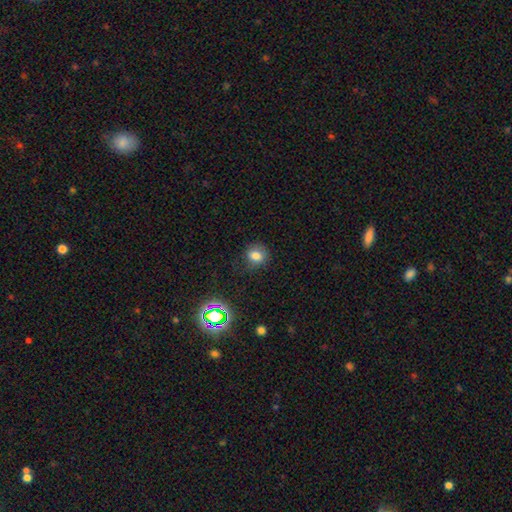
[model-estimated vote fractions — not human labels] smooth 76%, star or artifact 17%, featured or disk 8%. Down the decision tree: how rounded — round (65%); merging — none (76%).